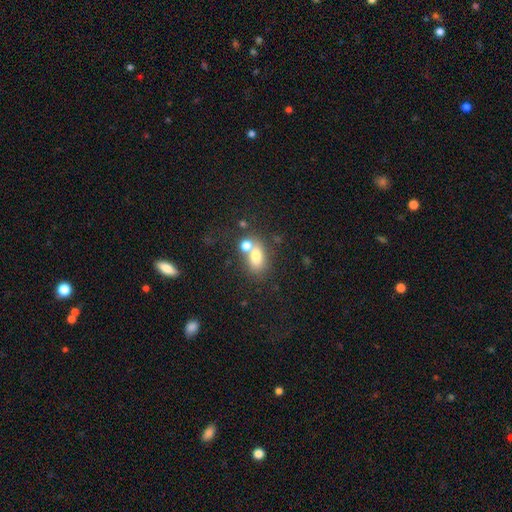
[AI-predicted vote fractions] A smooth galaxy with no disk features (73%) that is in between round and cigar-shaped (73%). Merging: none (44%).